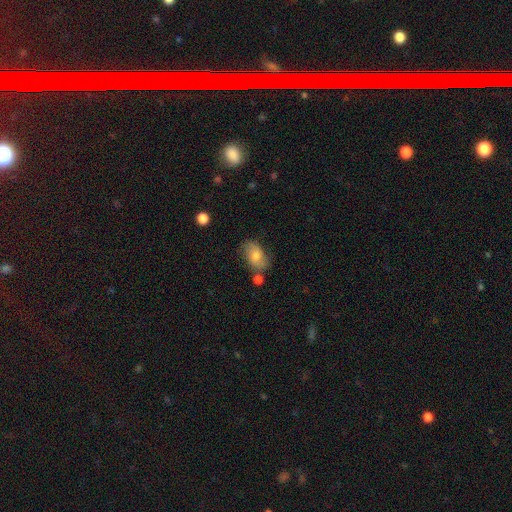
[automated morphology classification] type=smooth (57%); roundness=in between (86%); merging=none (68%).